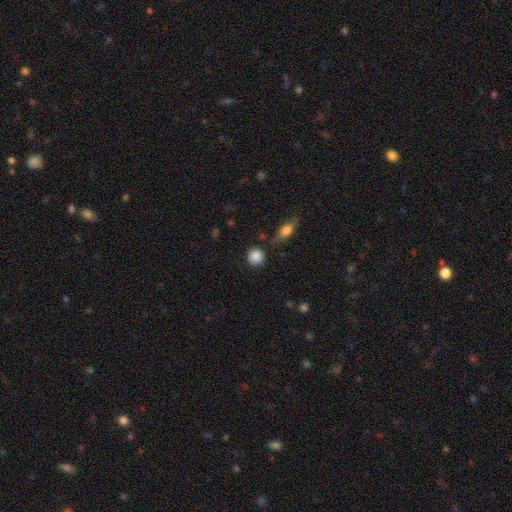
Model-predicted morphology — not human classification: type=smooth (86%); roundness=round (91%); merging=none (84%).